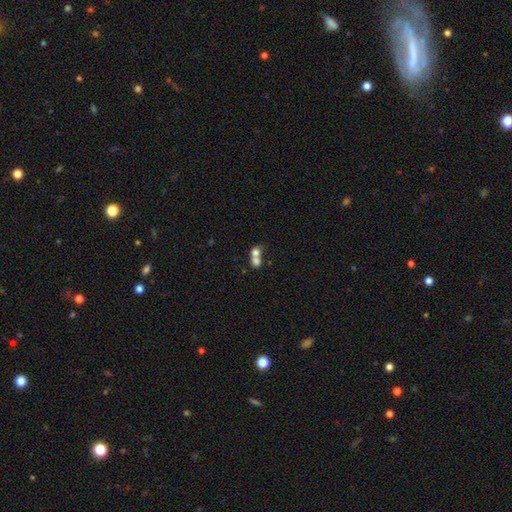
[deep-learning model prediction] Overall: smooth (71%). How rounded: round (59%; in between 39%). Merging: merger (73%).